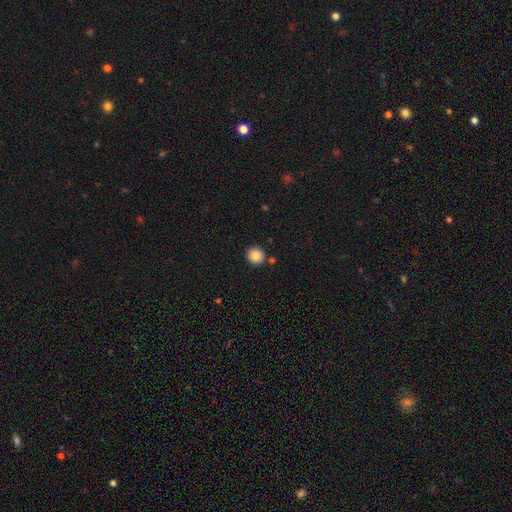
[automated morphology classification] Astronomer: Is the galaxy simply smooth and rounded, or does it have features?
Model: smooth — 86%.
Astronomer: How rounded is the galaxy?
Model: round — 94%.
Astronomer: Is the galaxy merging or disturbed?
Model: none — 87%.